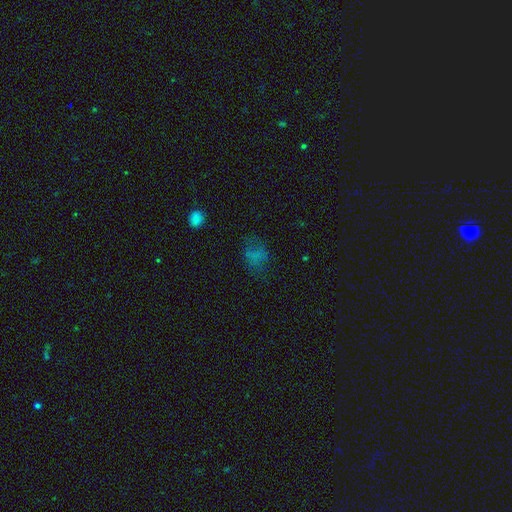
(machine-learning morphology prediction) type=smooth (60%); roundness=in between (65%); merging=none (53%).